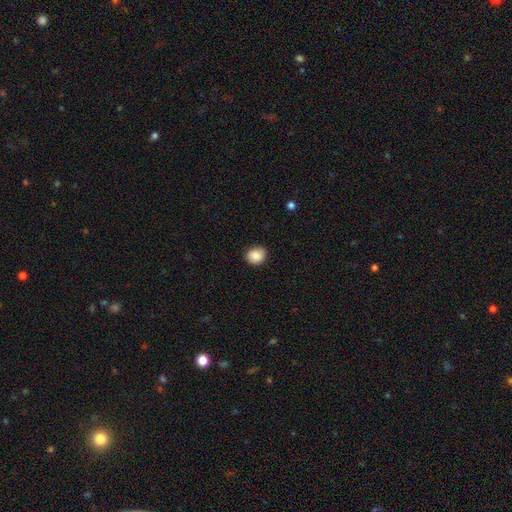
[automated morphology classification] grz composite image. It shows a smooth galaxy with no disk features (87%) that is round (69%). Merging: none (87%).